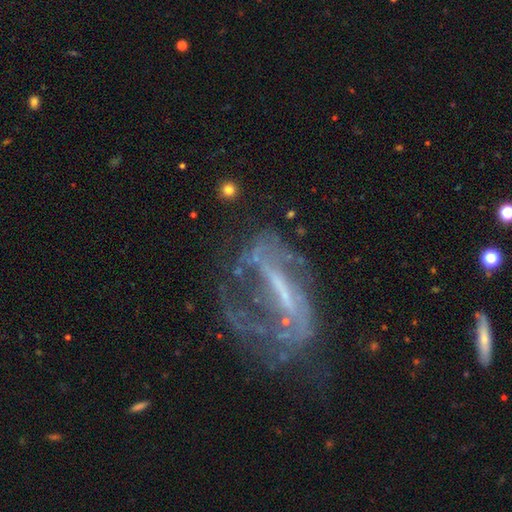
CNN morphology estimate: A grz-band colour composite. It shows a featured or disk galaxy (78%) with a strong bar (56%), 2 (49%) medium (40%) spiral arms (71%) and no central bulge (41%). Merging: none (43%).